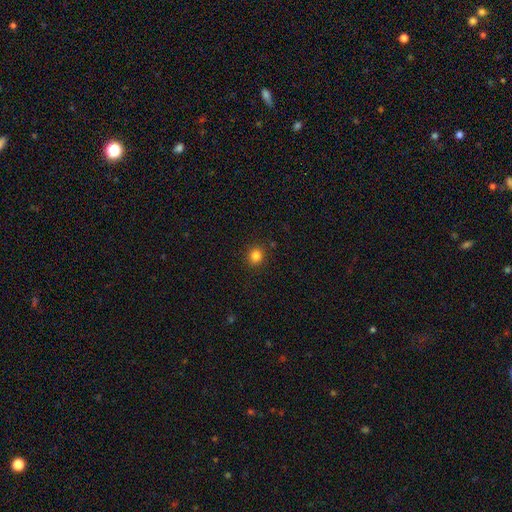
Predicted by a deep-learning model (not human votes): Morphology: type=smooth (83%); roundness=round (86%); merging=none (90%).